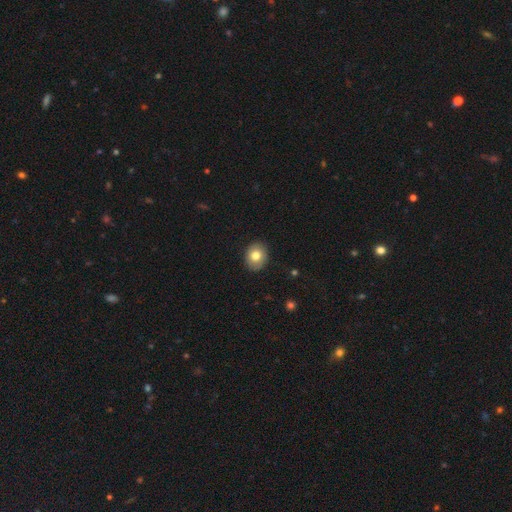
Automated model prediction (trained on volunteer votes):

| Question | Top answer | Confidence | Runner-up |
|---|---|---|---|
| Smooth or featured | smooth | 78% | featured or disk (13%) |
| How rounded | round | 54% | in between (46%) |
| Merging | none | 89% | minor disturbance (8%) |